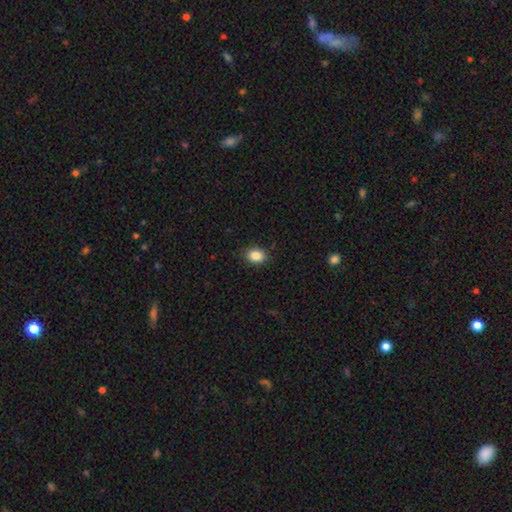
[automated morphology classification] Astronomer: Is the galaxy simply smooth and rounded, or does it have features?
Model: smooth — 86%.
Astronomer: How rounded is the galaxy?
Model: in between — 70%.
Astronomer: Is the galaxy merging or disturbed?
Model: none — 88%.